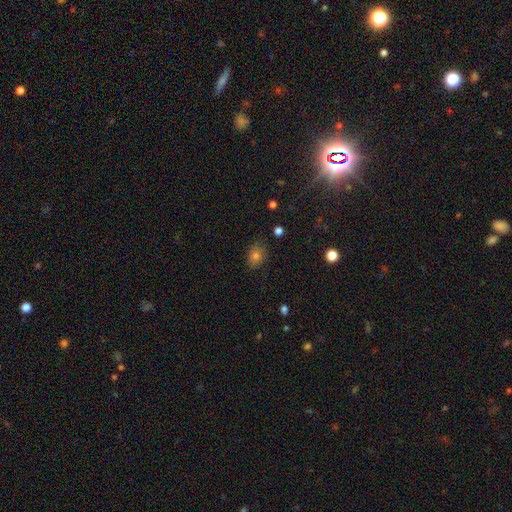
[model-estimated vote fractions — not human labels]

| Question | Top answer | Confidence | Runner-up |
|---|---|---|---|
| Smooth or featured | smooth | 73% | star or artifact (16%) |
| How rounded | in between | 56% | round (42%) |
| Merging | none | 80% | minor disturbance (15%) |